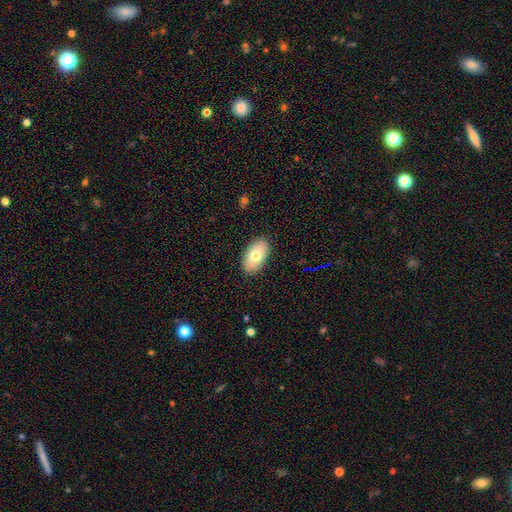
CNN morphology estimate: smooth 75%, featured or disk 19%, star or artifact 7%. Down the decision tree: how rounded — in between (94%); merging — none (89%).